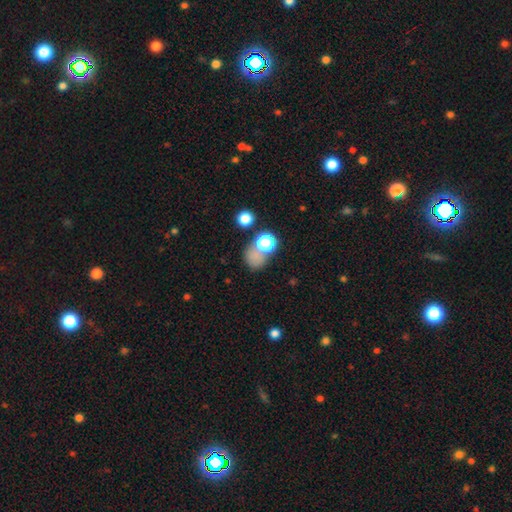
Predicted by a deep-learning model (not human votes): smooth_or_featured: smooth (p=0.70) [alt: star or artifact p=0.19]
how_rounded: round (p=0.62) [alt: in between p=0.37]
merging: none (p=0.43) [alt: merger p=0.27]